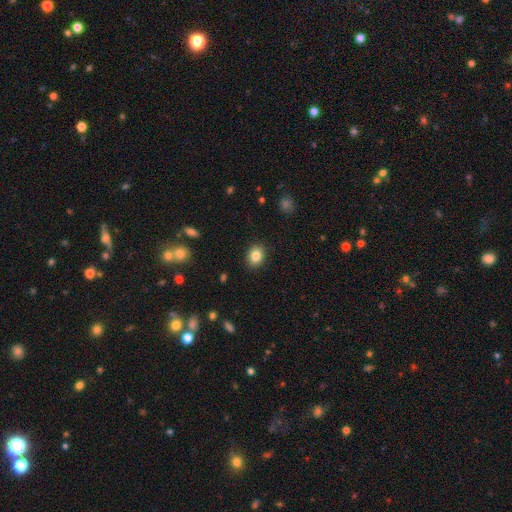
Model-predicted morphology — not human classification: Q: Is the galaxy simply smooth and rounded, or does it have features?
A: smooth — 84%.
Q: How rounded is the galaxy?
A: in between — 54%.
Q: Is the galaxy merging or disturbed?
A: none — 89%.